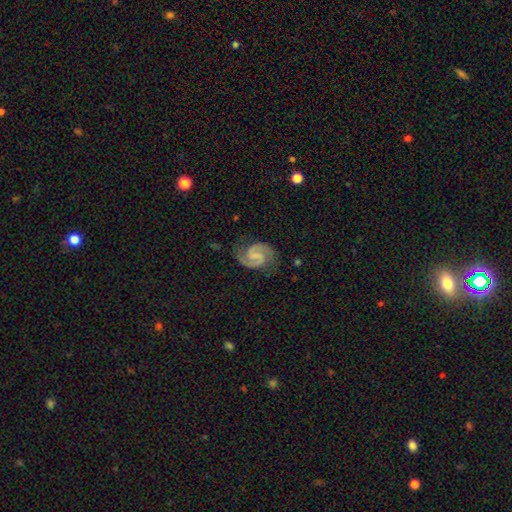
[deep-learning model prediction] Morphology: type=featured or disk (90%); edge-on=no (98%); bar=weak (52%); spiral arms=yes (98%); winding=medium (59%); arm count=2 (94%); bulge=none (55%); merging=none (78%).